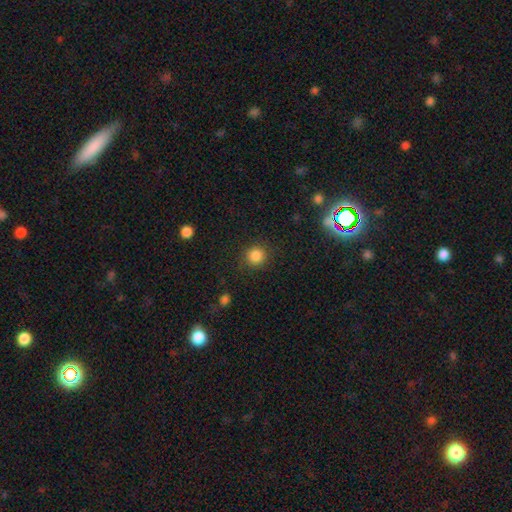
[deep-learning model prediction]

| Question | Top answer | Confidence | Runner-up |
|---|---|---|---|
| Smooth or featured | smooth | 85% | star or artifact (11%) |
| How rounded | round | 93% | in between (6%) |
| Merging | none | 88% | minor disturbance (7%) |